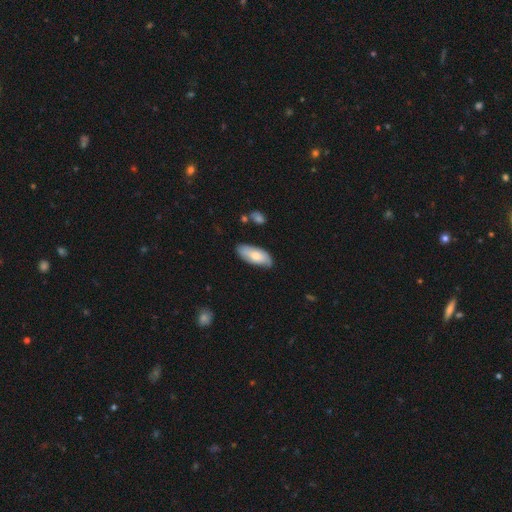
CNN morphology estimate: smooth-or-featured: smooth: 70% | featured or disk: 25% | star or artifact: 6%
  how-rounded: in between: 86% | cigar-shaped: 12% | round: 2%
  merging: none: 74% | minor disturbance: 21% | major disturbance: 3% | merger: 2%